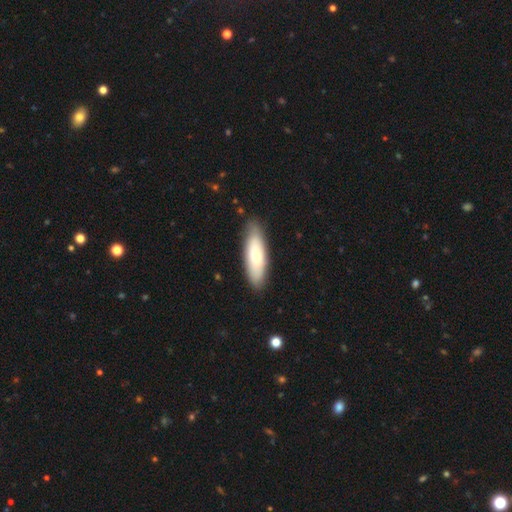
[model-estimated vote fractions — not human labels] smooth 71%, featured or disk 23%, star or artifact 5%. Down the decision tree: how rounded — in between (53%); merging — none (83%).